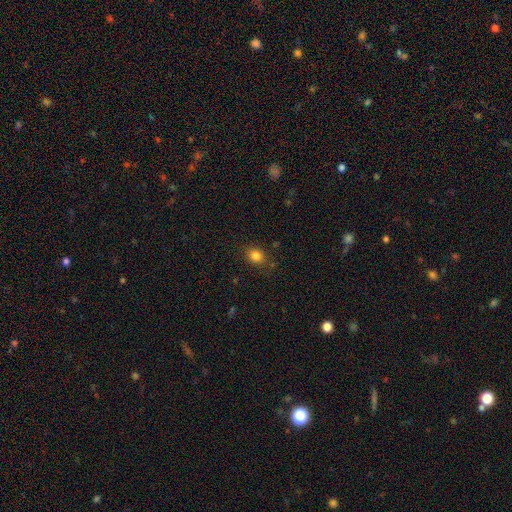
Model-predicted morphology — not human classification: Smooth or featured?
  - smooth: 82% *
  - star or artifact: 13%
  - featured or disk: 5%
How rounded?
  - round: 60% *
  - in between: 39%
  - cigar-shaped: 1%
Merging?
  - none: 81% *
  - minor disturbance: 13%
  - major disturbance: 4%
  - merger: 2%